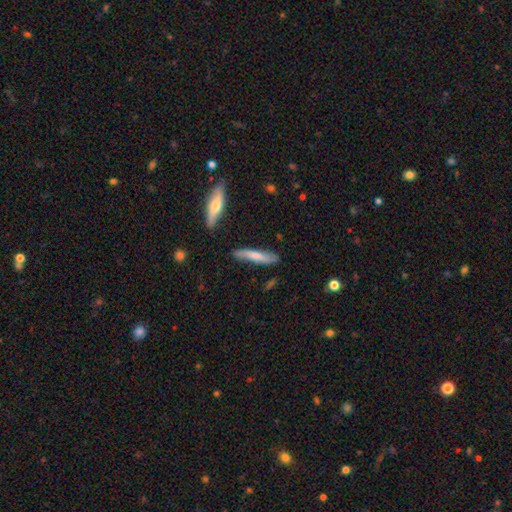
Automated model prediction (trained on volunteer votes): smooth_or_featured: smooth (p=0.65) [alt: featured or disk p=0.29]
how_rounded: cigar-shaped (p=0.87) [alt: in between p=0.11]
merging: none (p=0.78) [alt: minor disturbance p=0.16]